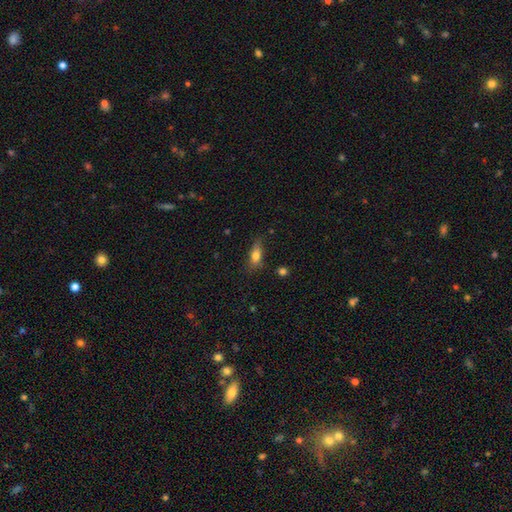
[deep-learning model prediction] This is likely a smooth galaxy (74%). How rounded: likely in between (71%). Merging: likely none (63%).